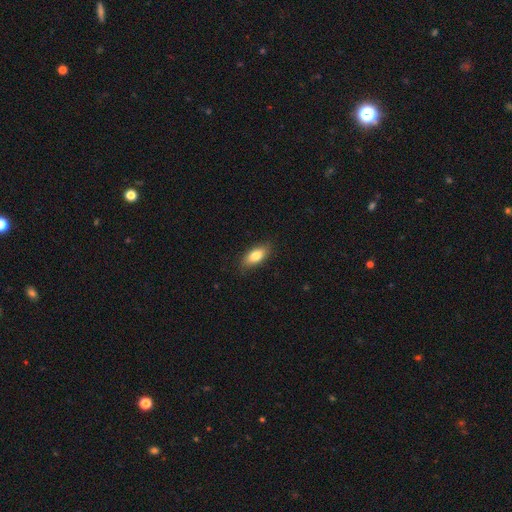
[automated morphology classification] Smooth or featured: smooth — 80% (featured or disk — 13%)
How rounded: in between — 84% (cigar-shaped — 12%)
Merging: none — 85% (minor disturbance — 12%)